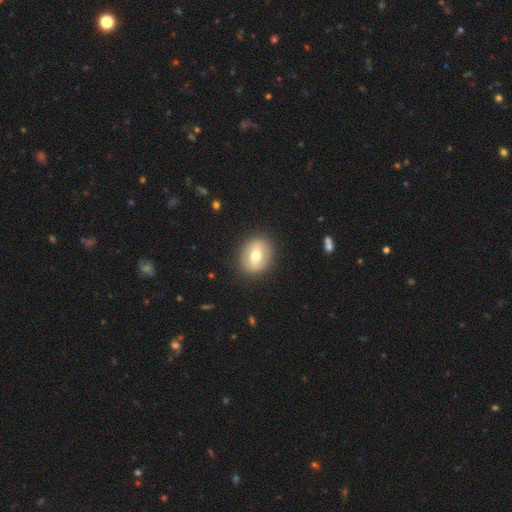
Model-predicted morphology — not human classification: smooth 60%, featured or disk 33%, star or artifact 7%. Down the decision tree: how rounded — round (55%); merging — none (88%).